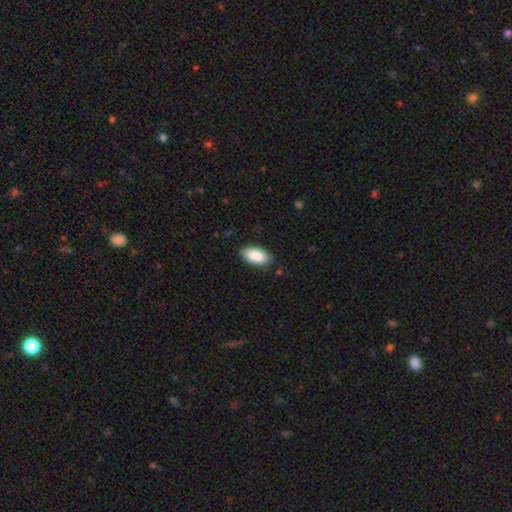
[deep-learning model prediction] Q: Smooth or featured?
A: smooth (90%); runner-up: star or artifact (6%)
Q: How rounded?
A: in between (95%); runner-up: cigar-shaped (3%)
Q: Merging?
A: none (86%); runner-up: minor disturbance (11%)